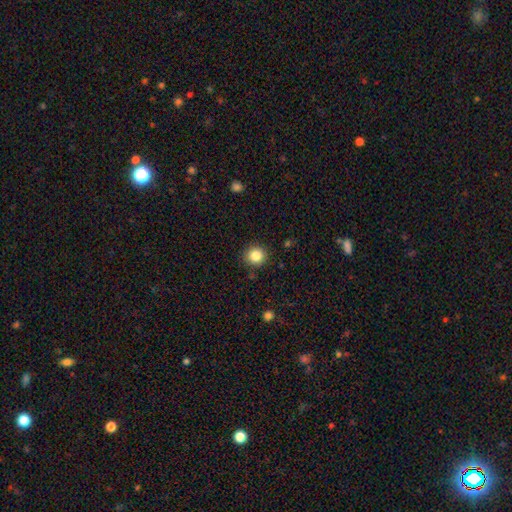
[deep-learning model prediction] Morphology: type=smooth (85%); roundness=round (93%); merging=none (90%).